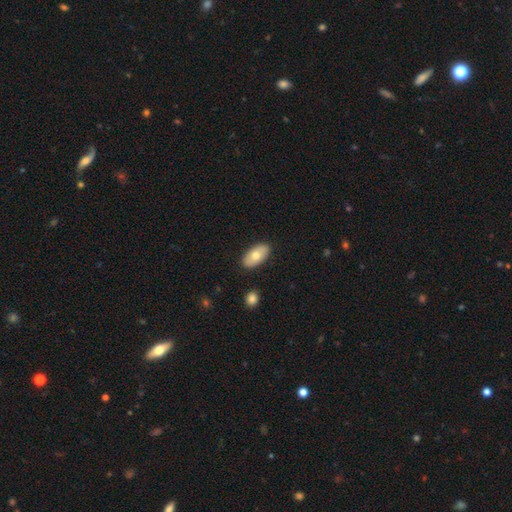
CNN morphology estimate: Smooth or featured?
  - smooth: 70% *
  - featured or disk: 24%
  - star or artifact: 6%
How rounded?
  - in between: 94% *
  - round: 3%
  - cigar-shaped: 3%
Merging?
  - none: 87% *
  - minor disturbance: 9%
  - major disturbance: 2%
  - merger: 2%